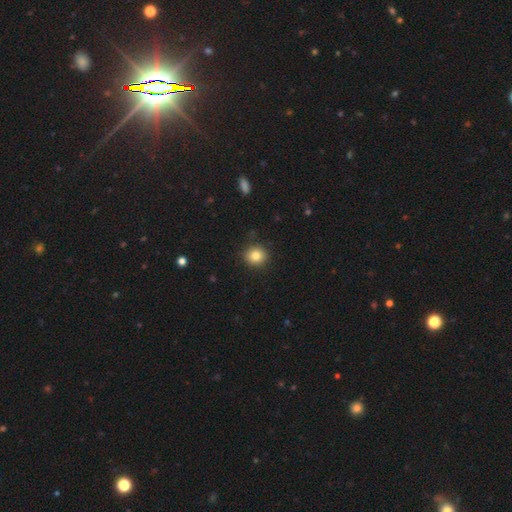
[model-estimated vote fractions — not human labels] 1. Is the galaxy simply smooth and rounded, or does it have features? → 83% smooth, 10% star or artifact, 7% featured or disk.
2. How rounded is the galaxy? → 85% round, 14% in between, 1% cigar-shaped.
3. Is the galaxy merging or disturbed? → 88% none, 8% minor disturbance, 2% major disturbance, 1% merger.